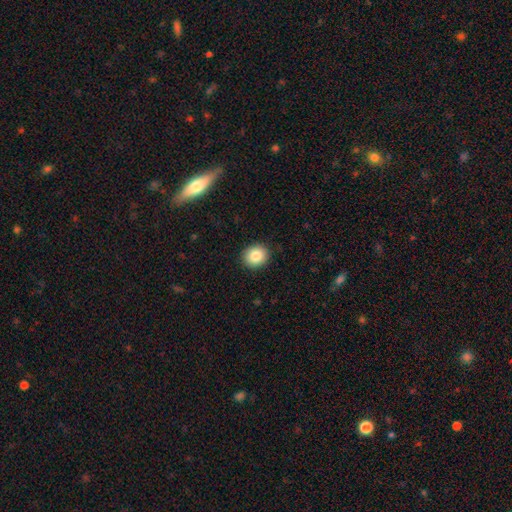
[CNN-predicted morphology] This is clearly a smooth galaxy (85%). How rounded: likely round (78%). Merging: clearly none (91%).